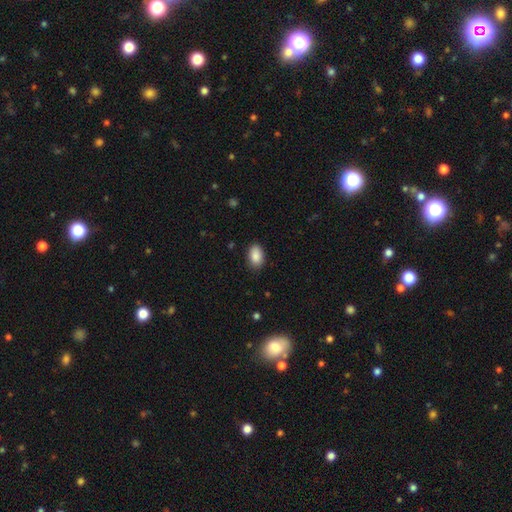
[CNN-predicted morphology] smooth_or_featured: smooth (p=0.89) [alt: star or artifact p=0.07]
how_rounded: in between (p=0.89) [alt: round p=0.10]
merging: none (p=0.86) [alt: minor disturbance p=0.10]